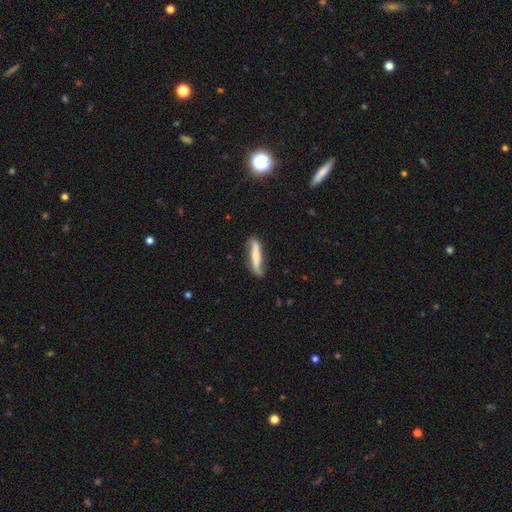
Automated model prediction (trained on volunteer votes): This appears to be a smooth galaxy with no disk features (47%, tied with featured or disk). Merging: none (70%).